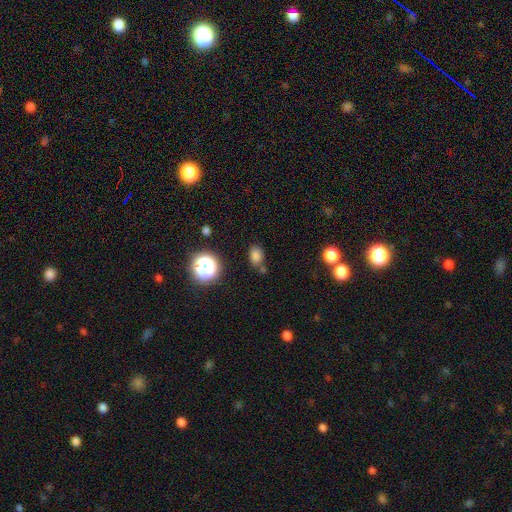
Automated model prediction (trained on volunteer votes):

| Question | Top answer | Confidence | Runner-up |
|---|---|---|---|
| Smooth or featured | smooth | 77% | star or artifact (17%) |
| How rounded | in between | 71% | round (27%) |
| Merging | none | 70% | minor disturbance (16%) |